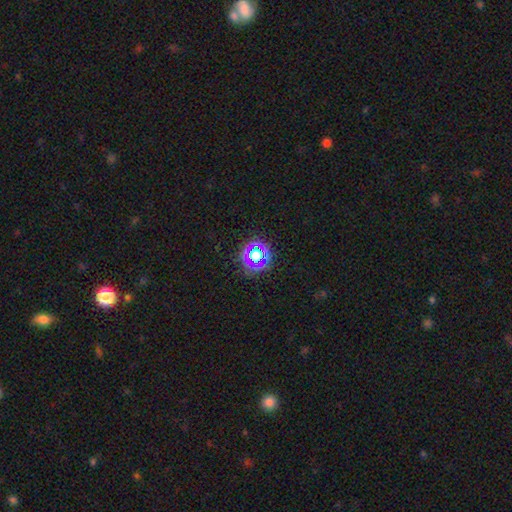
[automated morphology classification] This appears to be a star or artifact, not a galaxy (61%).